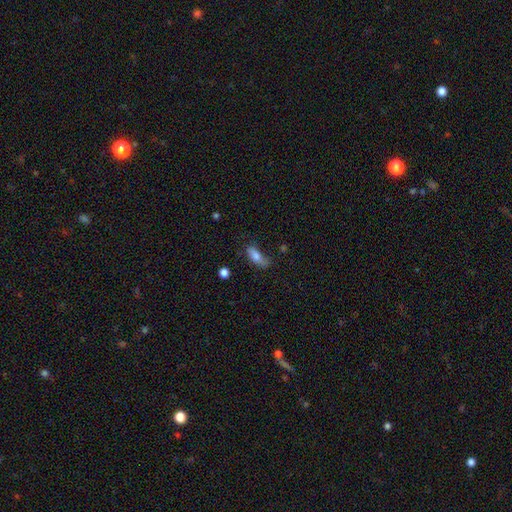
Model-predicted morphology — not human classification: Smooth or featured?
  - smooth: 77% *
  - featured or disk: 16%
  - star or artifact: 8%
How rounded?
  - in between: 69% *
  - cigar-shaped: 27%
  - round: 3%
Merging?
  - none: 52% *
  - minor disturbance: 32%
  - major disturbance: 12%
  - merger: 4%